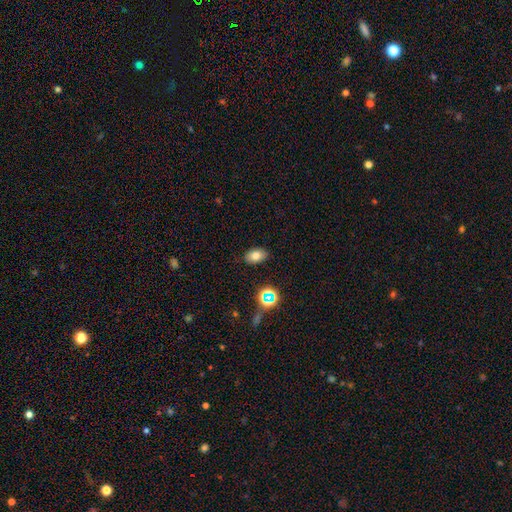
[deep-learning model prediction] Q: Smooth or featured?
A: smooth (74%); runner-up: star or artifact (14%)
Q: How rounded?
A: in between (87%); runner-up: round (12%)
Q: Merging?
A: none (86%); runner-up: minor disturbance (10%)